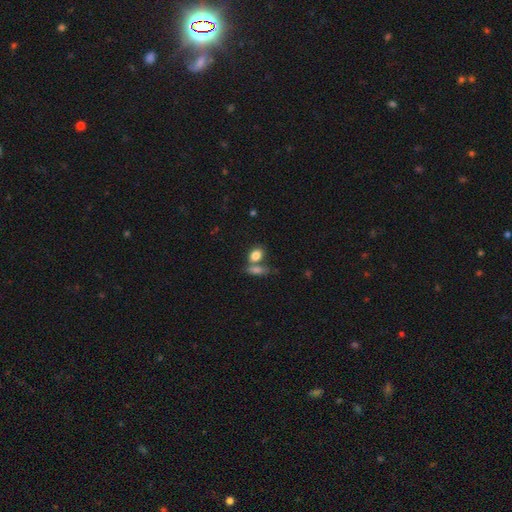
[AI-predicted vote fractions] Smooth or featured?
  - smooth: 82% *
  - featured or disk: 9%
  - star or artifact: 9%
How rounded?
  - in between: 76% *
  - round: 21%
  - cigar-shaped: 3%
Merging?
  - none: 46% *
  - merger: 38%
  - minor disturbance: 11%
  - major disturbance: 4%